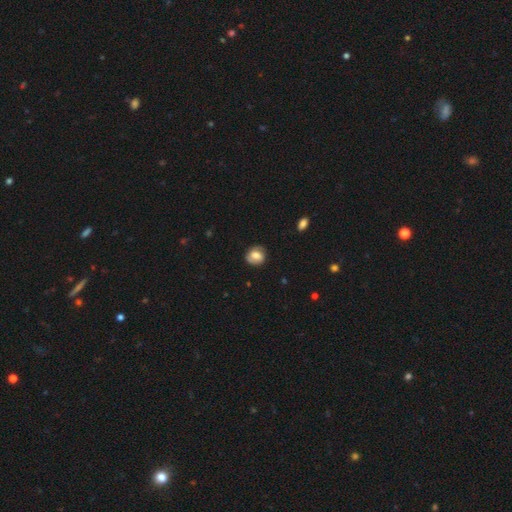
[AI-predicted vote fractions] Smooth or featured: smooth — 70% (featured or disk — 22%)
How rounded: round — 72% (in between — 27%)
Merging: none — 80% (minor disturbance — 15%)